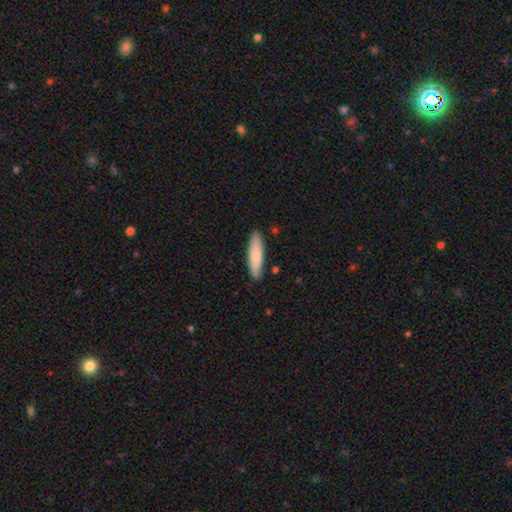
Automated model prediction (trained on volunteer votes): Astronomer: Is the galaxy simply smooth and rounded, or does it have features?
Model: smooth — 80%.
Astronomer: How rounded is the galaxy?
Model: cigar-shaped — 70%.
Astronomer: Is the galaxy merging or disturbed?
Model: none — 86%.